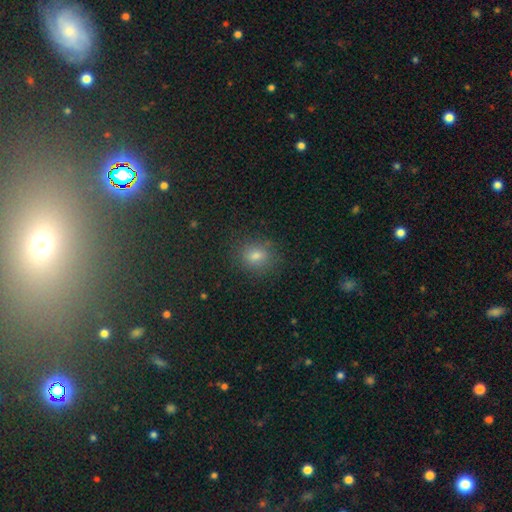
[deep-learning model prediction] Smooth or featured: smooth — 70% (star or artifact — 22%)
How rounded: round — 73% (in between — 26%)
Merging: none — 85% (minor disturbance — 10%)